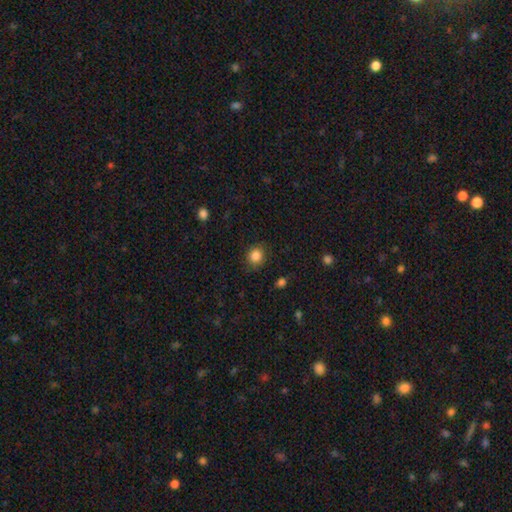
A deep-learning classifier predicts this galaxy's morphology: type=smooth (85%); roundness=round (79%); merging=none (86%).